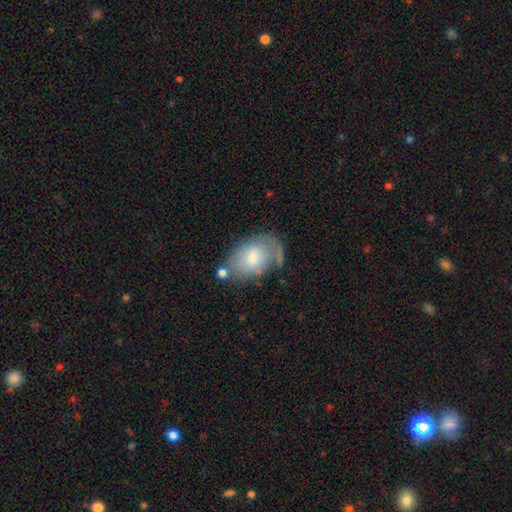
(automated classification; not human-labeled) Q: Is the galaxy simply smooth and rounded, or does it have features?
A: smooth — 57%.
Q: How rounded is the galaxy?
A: in between — 85%.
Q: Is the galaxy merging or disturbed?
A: none — 55%.